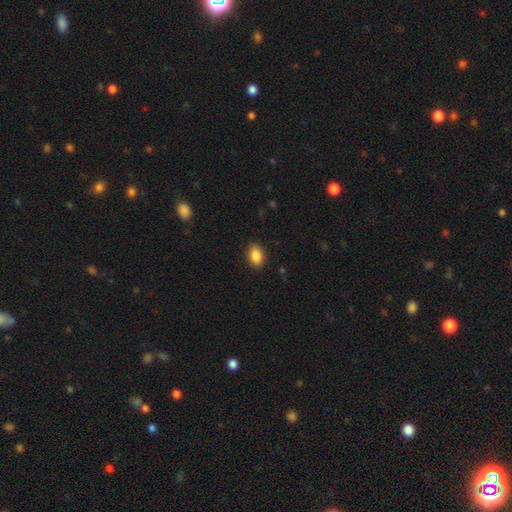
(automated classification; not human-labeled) smooth-or-featured: smooth: 88% | star or artifact: 8% | featured or disk: 4%
  how-rounded: in between: 85% | round: 13% | cigar-shaped: 2%
  merging: none: 87% | minor disturbance: 10% | major disturbance: 2% | merger: 1%